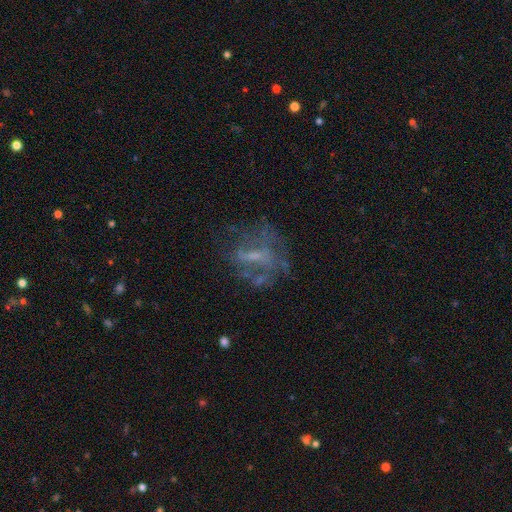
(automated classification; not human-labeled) Q: Smooth or featured?
A: featured or disk (61%); runner-up: smooth (23%)
Q: Edge-on disk?
A: no (95%); runner-up: yes (5%)
Q: Bar?
A: no (45%); runner-up: weak (39%)
Q: Spiral arms?
A: no (63%); runner-up: yes (37%)
Q: Bulge size?
A: small (45%); runner-up: none (29%)
Q: Merging?
A: none (48%); runner-up: major disturbance (28%)